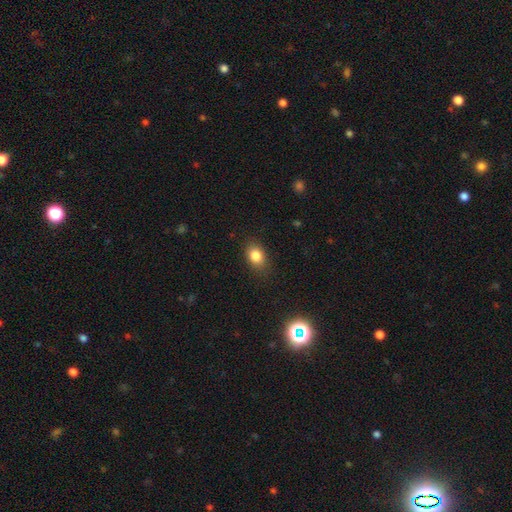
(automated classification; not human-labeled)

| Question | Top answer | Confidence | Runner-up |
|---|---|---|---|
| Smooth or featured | smooth | 83% | star or artifact (10%) |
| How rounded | in between | 70% | round (29%) |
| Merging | none | 84% | minor disturbance (12%) |